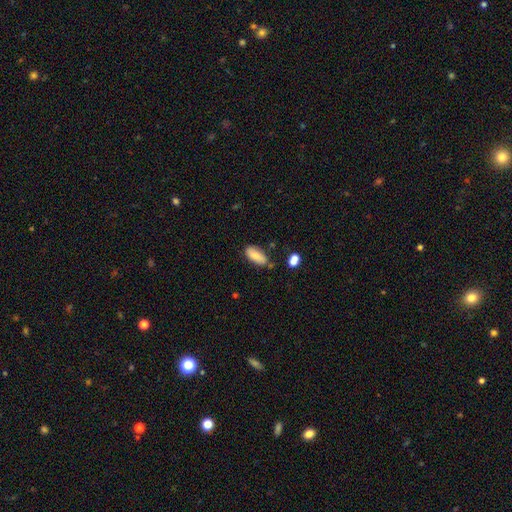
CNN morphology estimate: Smooth or featured?
  - smooth: 79% *
  - featured or disk: 13%
  - star or artifact: 7%
How rounded?
  - in between: 88% *
  - cigar-shaped: 10%
  - round: 2%
Merging?
  - none: 69% *
  - minor disturbance: 22%
  - merger: 5%
  - major disturbance: 4%